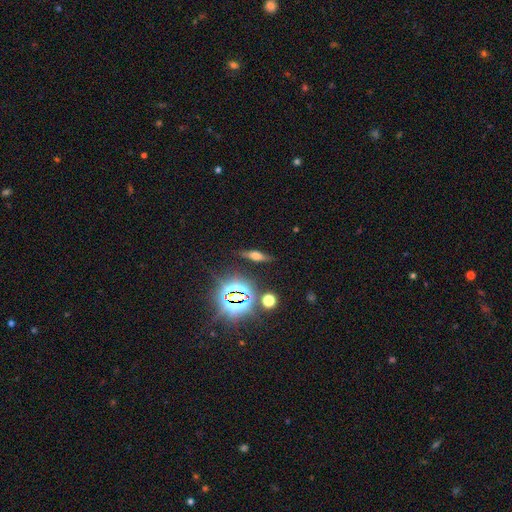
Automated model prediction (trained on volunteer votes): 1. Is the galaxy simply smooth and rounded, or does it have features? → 39% smooth, 37% featured or disk, 24% star or artifact.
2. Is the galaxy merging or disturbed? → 84% none, 11% minor disturbance, 4% major disturbance, 2% merger.